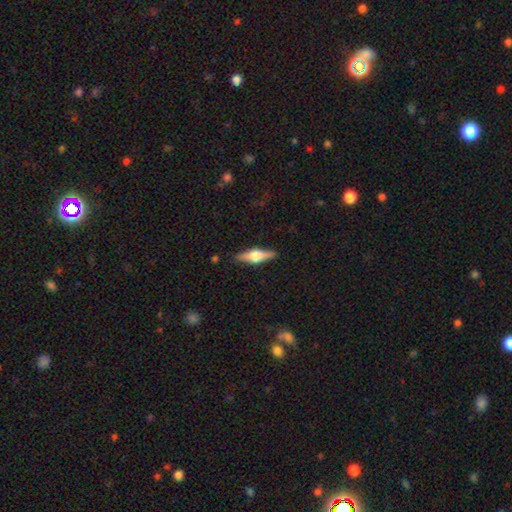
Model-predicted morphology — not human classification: featured or disk 69%, smooth 25%, star or artifact 6%. Down the decision tree: edge-on disk — yes (97%); edge-on bulge — rounded (92%); merging — none (89%).